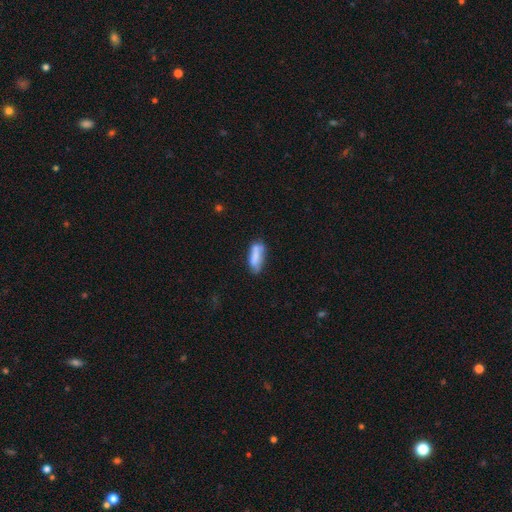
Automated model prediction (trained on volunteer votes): A smooth galaxy with no disk features (75%) that is in between round and cigar-shaped (62%). Merging: none (54%).